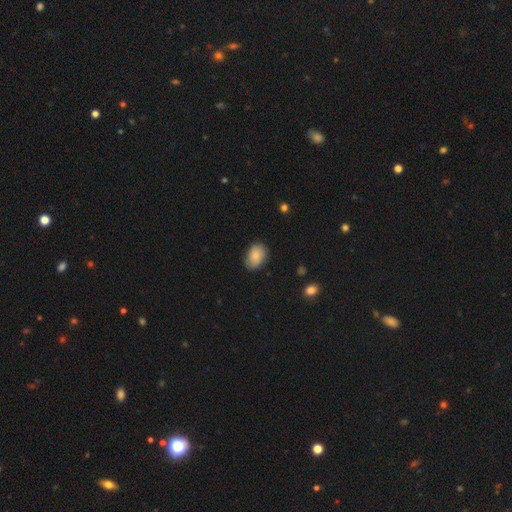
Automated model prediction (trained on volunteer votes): This appears to be a smooth galaxy with no disk features (83%) that is in between round and cigar-shaped (83%). Merging: none (82%).